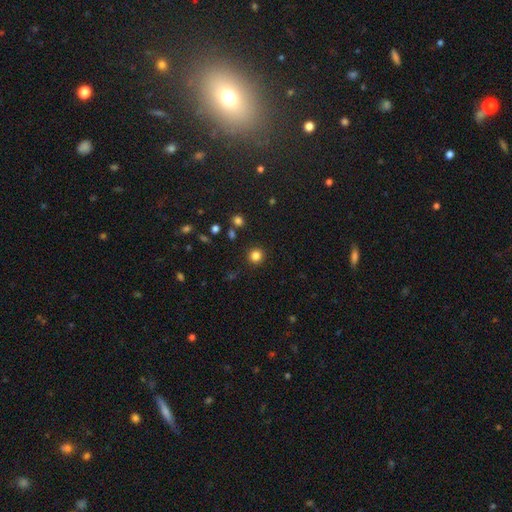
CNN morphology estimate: Smooth or featured? smooth (83%)
How rounded? round (93%)
Merging? none (91%)